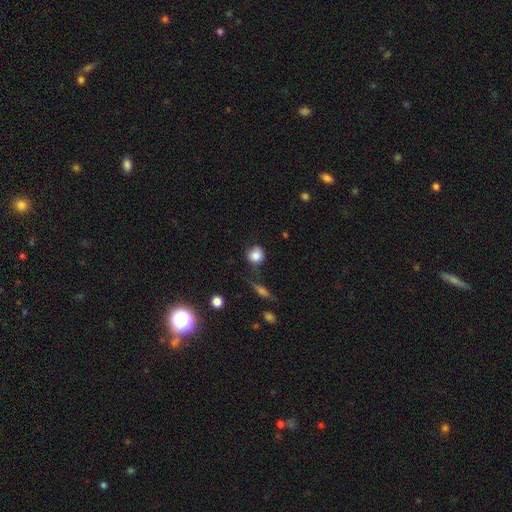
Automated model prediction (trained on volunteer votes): smooth-or-featured: smooth: 82% | star or artifact: 10% | featured or disk: 8%
  how-rounded: round: 84% | in between: 15% | cigar-shaped: 1%
  merging: none: 67% | minor disturbance: 21% | major disturbance: 7% | merger: 5%